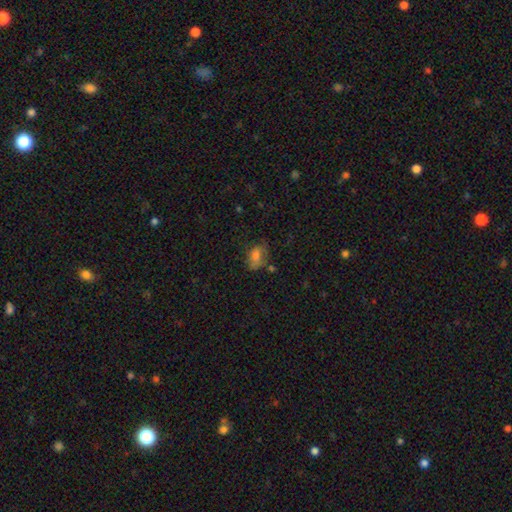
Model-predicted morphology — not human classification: Smooth or featured: smooth — 69% (featured or disk — 19%)
How rounded: in between — 80% (round — 17%)
Merging: none — 53% (minor disturbance — 28%)